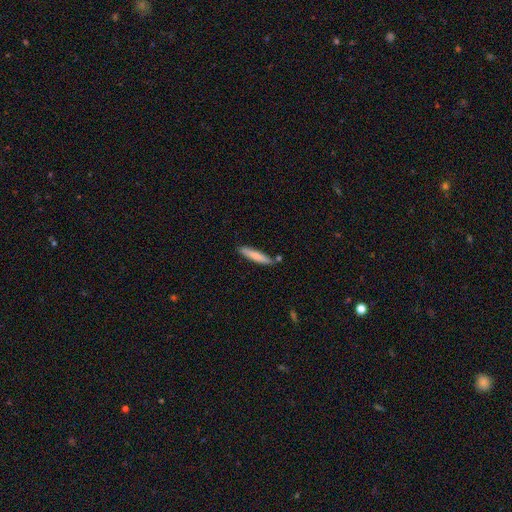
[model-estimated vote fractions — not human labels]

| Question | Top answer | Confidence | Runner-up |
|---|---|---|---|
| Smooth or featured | smooth | 76% | featured or disk (18%) |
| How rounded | cigar-shaped | 90% | in between (9%) |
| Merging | none | 80% | minor disturbance (12%) |